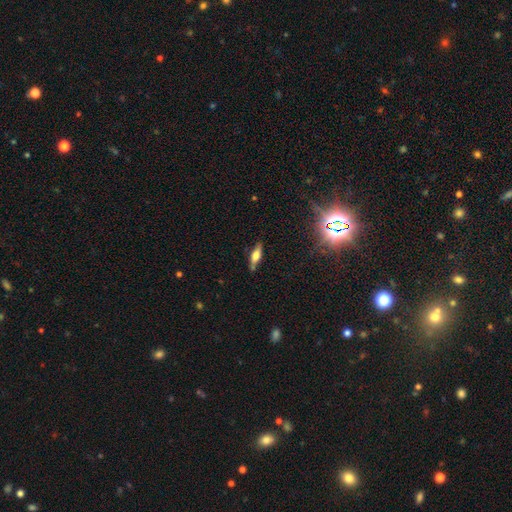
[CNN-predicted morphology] This appears to be a smooth galaxy with no disk features (50%). Merging: none (79%).